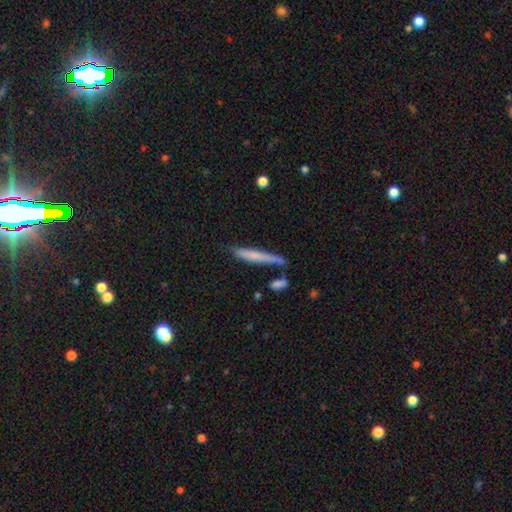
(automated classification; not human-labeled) This is likely a smooth galaxy (63%). How rounded: clearly cigar-shaped (94%). Merging: likely none (70%).